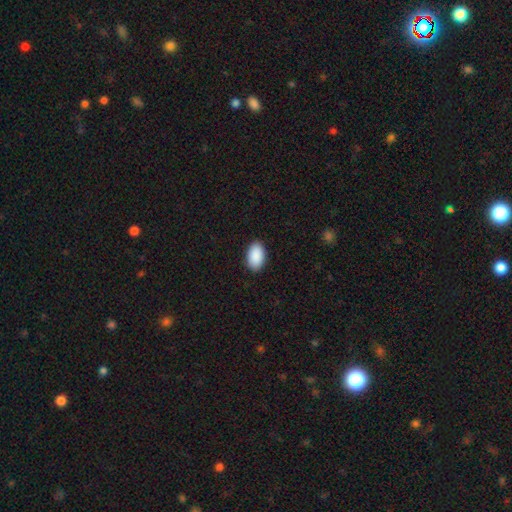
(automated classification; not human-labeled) This is clearly a smooth galaxy (92%). How rounded: clearly in between (95%). Merging: clearly none (90%).